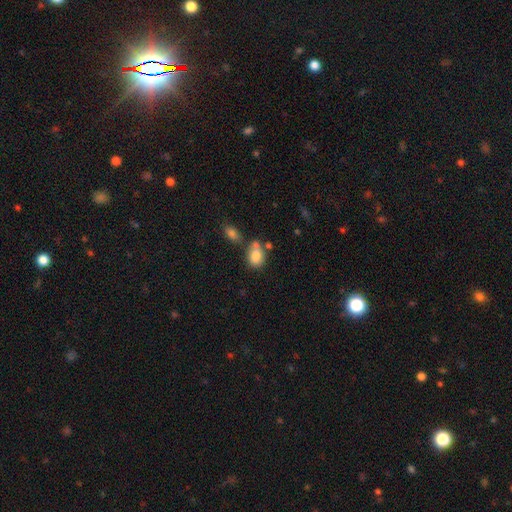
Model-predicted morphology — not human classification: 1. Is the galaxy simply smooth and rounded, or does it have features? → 82% smooth, 9% featured or disk, 9% star or artifact.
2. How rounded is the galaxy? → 66% in between, 33% round, 1% cigar-shaped.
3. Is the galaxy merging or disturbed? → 45% none, 30% merger, 18% minor disturbance, 7% major disturbance.